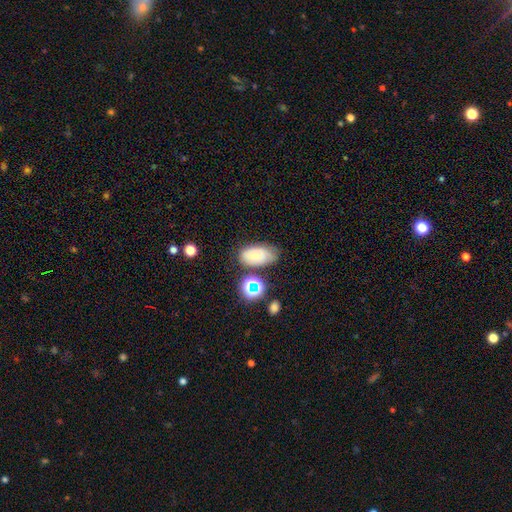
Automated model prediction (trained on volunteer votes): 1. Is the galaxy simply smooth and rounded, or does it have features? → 62% smooth, 24% featured or disk, 14% star or artifact.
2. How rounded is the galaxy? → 90% in between, 8% round, 2% cigar-shaped.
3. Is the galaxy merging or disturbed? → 60% none, 25% minor disturbance, 8% merger, 7% major disturbance.